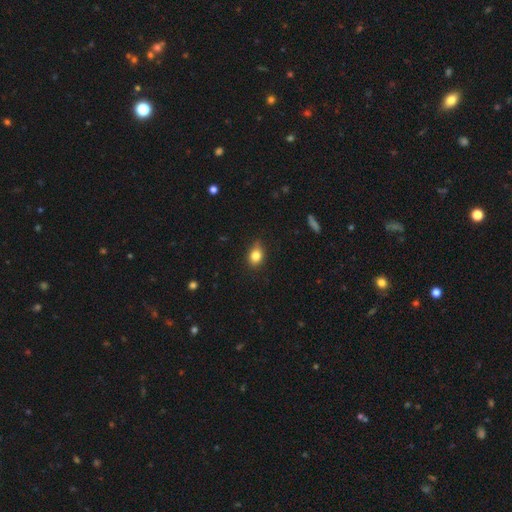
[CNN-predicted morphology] This appears to be a smooth galaxy with no disk features (81%) that is in between round and cigar-shaped (64%). Merging: none (73%).